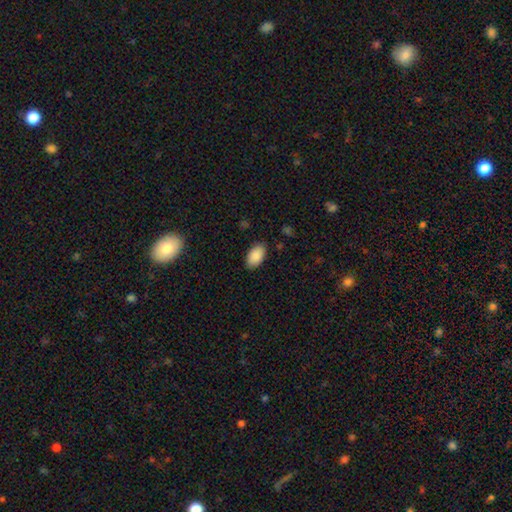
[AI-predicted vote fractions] Smooth or featured? Predicted: smooth (p=0.90). How rounded? Predicted: in between (p=0.95). Merging? Predicted: none (p=0.86).